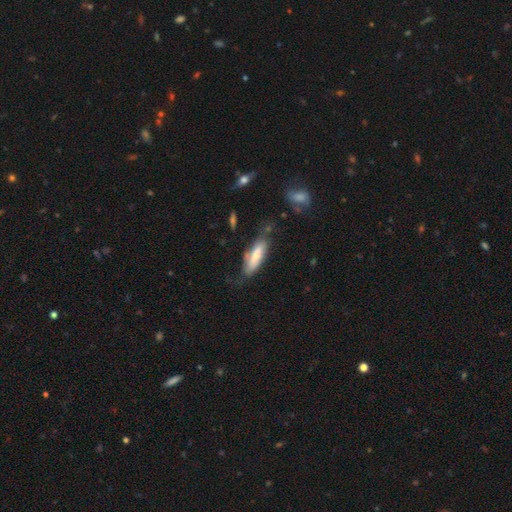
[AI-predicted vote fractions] Morphology: type=smooth (68%); roundness=in between (54%); merging=none (51%).